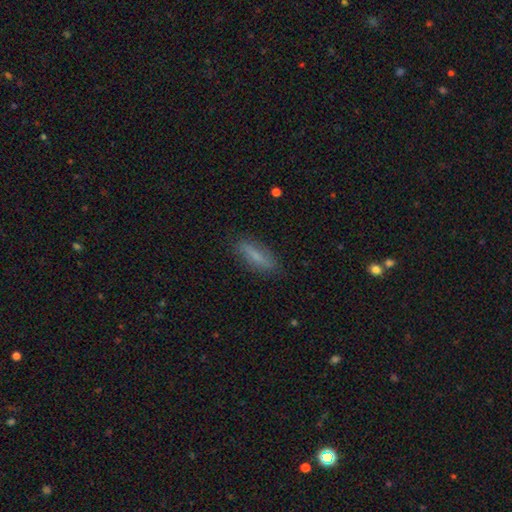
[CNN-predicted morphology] A smooth galaxy with no disk features (72%) that is cigar-shaped (62%).

Vote fractions:
- Smooth or featured? smooth: 72% / featured or disk: 20% / star or artifact: 8%
- How rounded? cigar-shaped: 62% / in between: 36% / round: 2%
- Merging? none: 82% / minor disturbance: 13% / major disturbance: 3% / merger: 1%